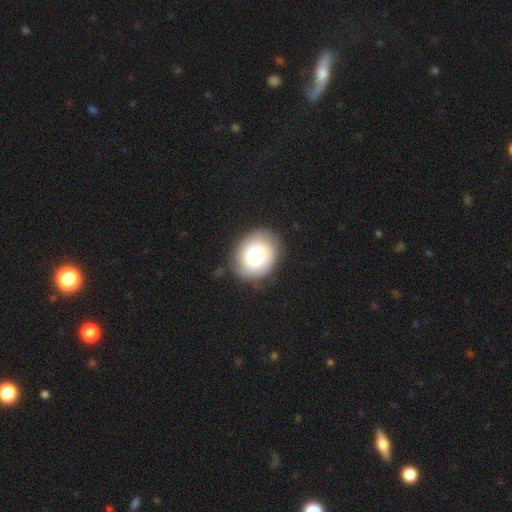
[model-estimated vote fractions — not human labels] Smooth or featured? Predicted: smooth (p=0.72). How rounded? Predicted: round (p=0.57). Merging? Predicted: none (p=0.76).